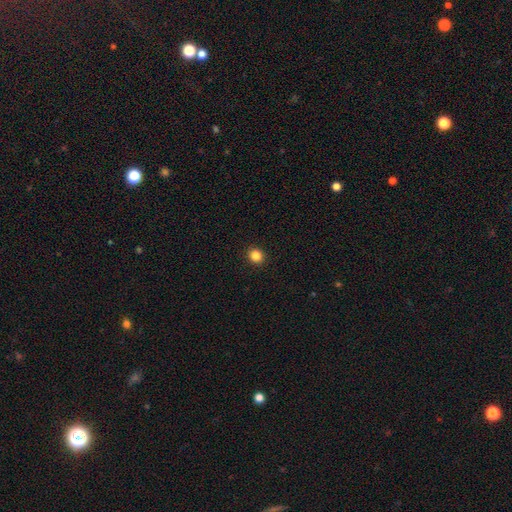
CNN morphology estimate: A smooth galaxy with no disk features (85%) that is round (87%).

Vote fractions:
- Smooth or featured? smooth: 85% / star or artifact: 11% / featured or disk: 4%
- How rounded? round: 87% / in between: 12% / cigar-shaped: 1%
- Merging? none: 93% / minor disturbance: 4% / major disturbance: 2% / merger: 1%